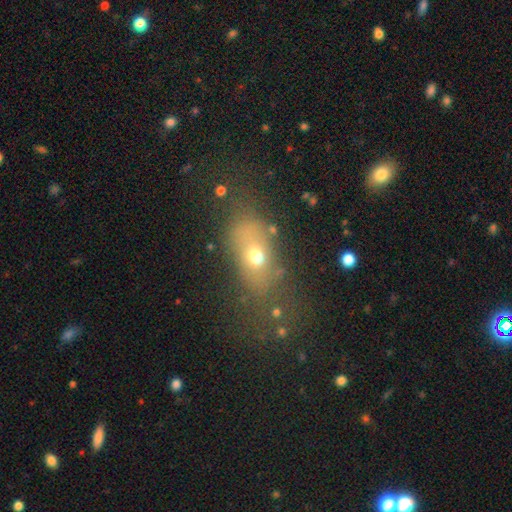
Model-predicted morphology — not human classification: smooth 62%, featured or disk 21%, star or artifact 17%. Down the decision tree: how rounded — in between (74%); merging — none (53%).